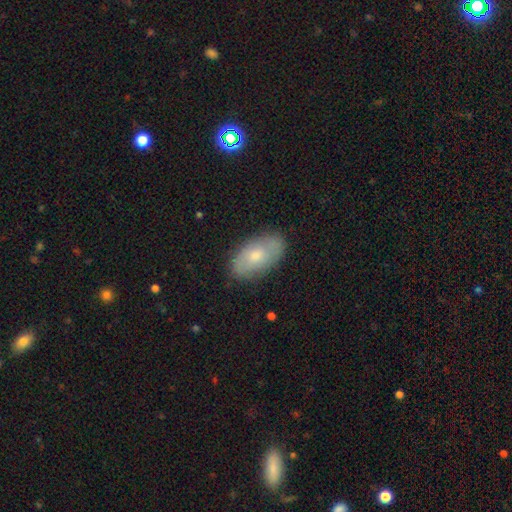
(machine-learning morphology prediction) This appears to be a smooth galaxy with no disk features (65%) that is in between round and cigar-shaped (94%). Merging: none (83%).